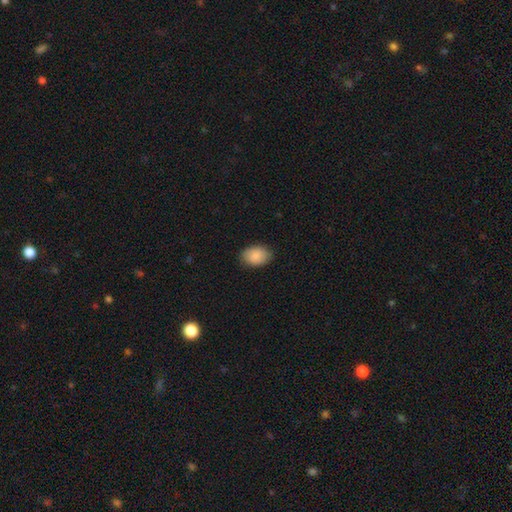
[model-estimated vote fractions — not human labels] The model was most divided on "how rounded": in between: 82%, round: 17%, cigar-shaped: 1%. More confident: smooth or featured — smooth (88%); merging — none (84%).